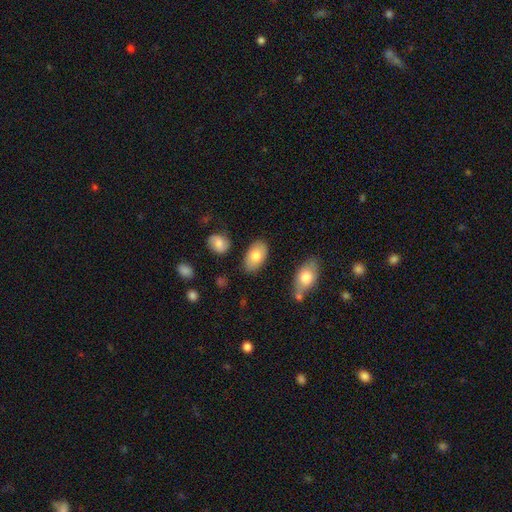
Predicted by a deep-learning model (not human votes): Smooth or featured? Predicted: smooth (p=0.77). How rounded? Predicted: in between (p=0.94). Merging? Predicted: none (p=0.81).